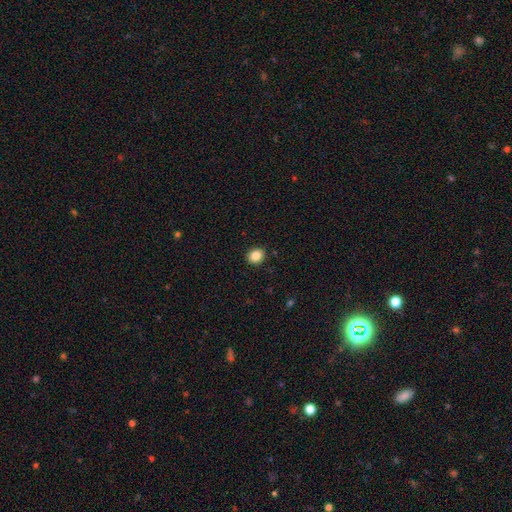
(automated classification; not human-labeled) Morphology: type=smooth (87%); roundness=round (70%); merging=none (91%).